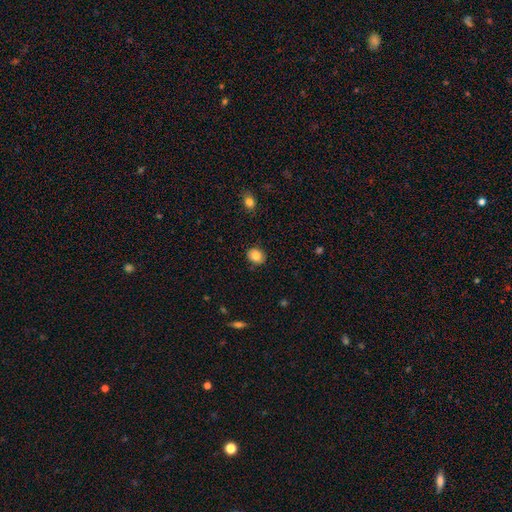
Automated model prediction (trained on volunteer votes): Smooth or featured? smooth (84%)
How rounded? round (56%)
Merging? none (85%)